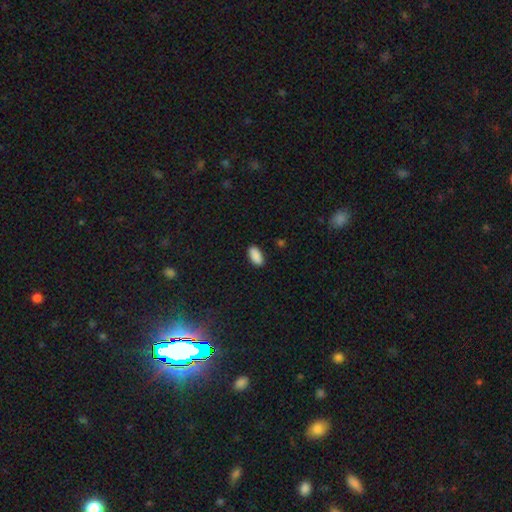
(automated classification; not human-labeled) smooth 90%, star or artifact 7%, featured or disk 3%. Down the decision tree: how rounded — in between (92%); merging — none (88%).